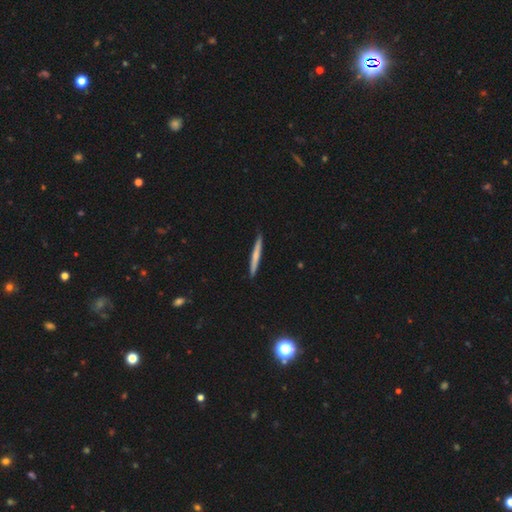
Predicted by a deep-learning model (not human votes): Smooth or featured: smooth — 60% (featured or disk — 35%)
How rounded: cigar-shaped — 97% (in between — 2%)
Merging: none — 91% (minor disturbance — 7%)